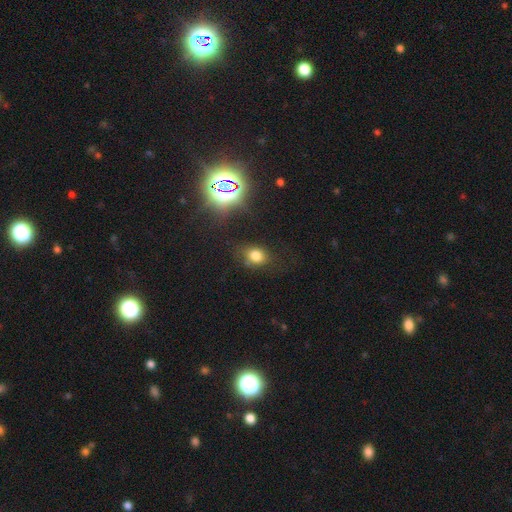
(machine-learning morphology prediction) Smooth or featured?
  - smooth: 73% *
  - star or artifact: 19%
  - featured or disk: 8%
How rounded?
  - in between: 49% * (tied)
  - round: 49% * (tied)
  - cigar-shaped: 2%
Merging?
  - none: 70% *
  - minor disturbance: 19%
  - major disturbance: 8%
  - merger: 4%